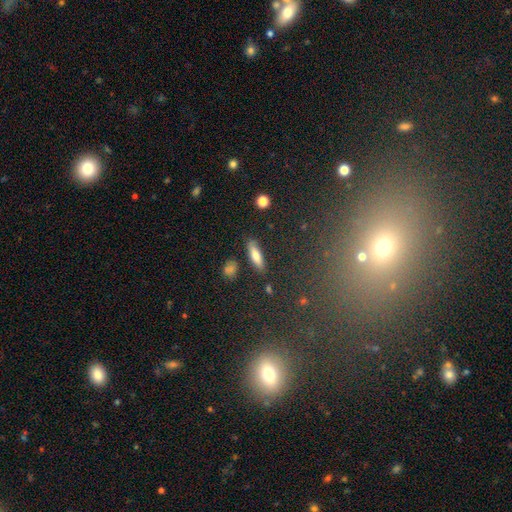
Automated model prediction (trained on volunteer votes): A smooth galaxy with no disk features (75%) that is cigar-shaped (62%). Merging: none (82%).